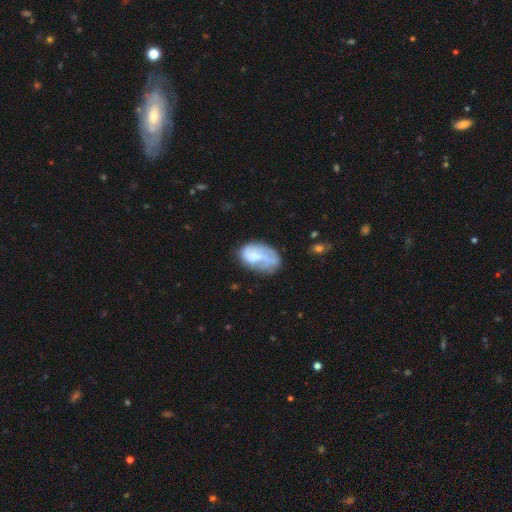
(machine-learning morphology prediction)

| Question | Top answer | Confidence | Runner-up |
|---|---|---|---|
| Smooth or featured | smooth | 54% | featured or disk (38%) |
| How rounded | in between | 90% | round (9%) |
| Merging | none | 41% | minor disturbance (31%) |